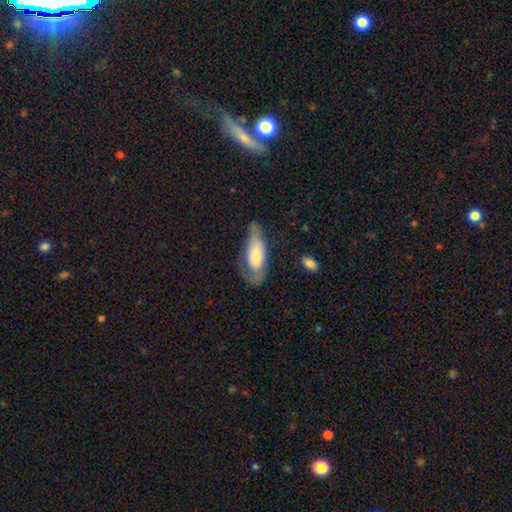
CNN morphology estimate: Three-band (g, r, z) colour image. It shows a smooth galaxy with no disk features (54%) that is in between round and cigar-shaped (78%). Merging: none (43%).